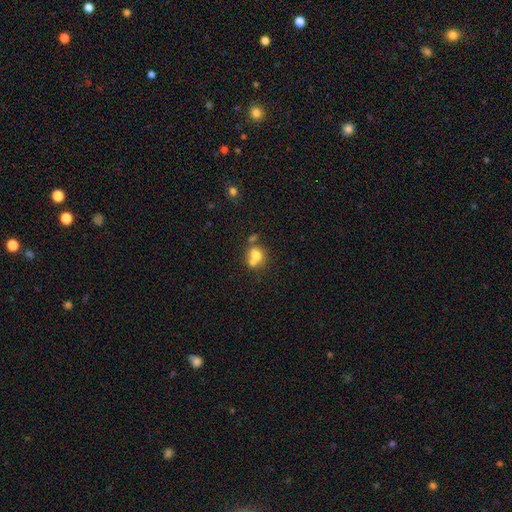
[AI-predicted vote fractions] Morphology: type=smooth (71%); roundness=round (65%); merging=merger (49%).